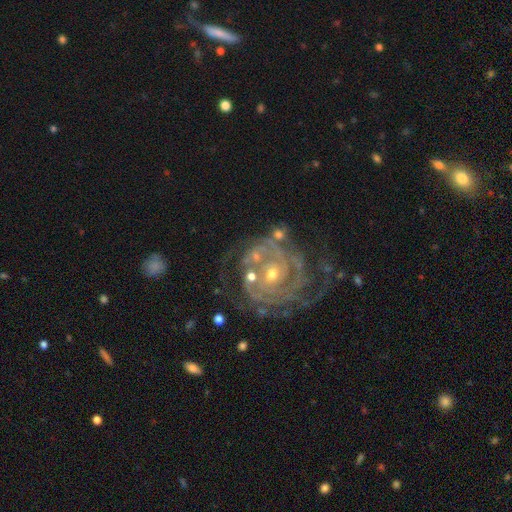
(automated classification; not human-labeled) smooth-or-featured: featured or disk: 90% | star or artifact: 6% | smooth: 4%
  disk-edge-on: no: 98% | yes: 2%
    bar: no: 77% | weak: 16% | strong: 6%
    has-spiral-arms: yes: 97% | no: 3%
      spiral-winding: tight: 78% | medium: 19% | loose: 4%
      spiral-arm-count: 3: 25% (tied) | 2: 25% (tied) | can't tell: 22% | 4: 14% | more than 4: 8% | 1: 6%
    bulge-size: small: 54% | moderate: 42% | large: 2% | none: 1% | dominant: 1%
  merging: none: 60% | minor disturbance: 20% | major disturbance: 13% | merger: 7%